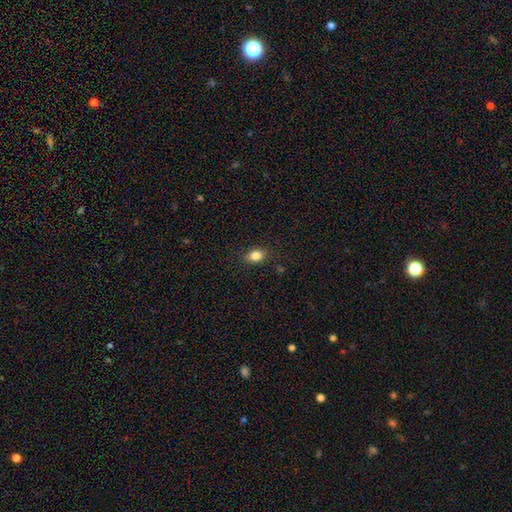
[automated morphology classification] Smooth or featured: smooth — 84% (star or artifact — 10%)
How rounded: in between — 75% (round — 23%)
Merging: none — 86% (minor disturbance — 10%)